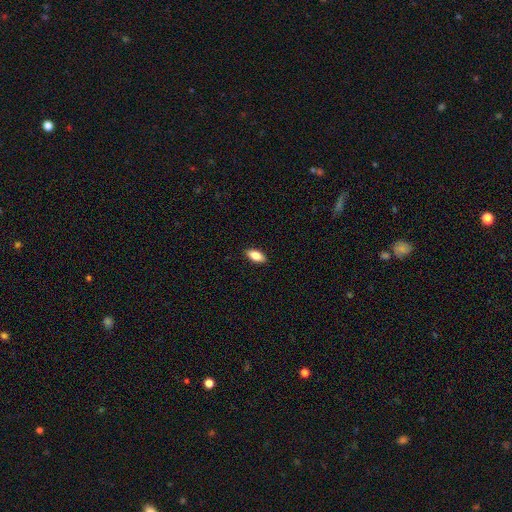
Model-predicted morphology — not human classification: A smooth galaxy with no disk features (84%) that is in between round and cigar-shaped (88%).

Vote fractions:
- Smooth or featured? smooth: 84% / featured or disk: 9% / star or artifact: 7%
- How rounded? in between: 88% / cigar-shaped: 9% / round: 3%
- Merging? none: 90% / minor disturbance: 8% / major disturbance: 2% / merger: 1%